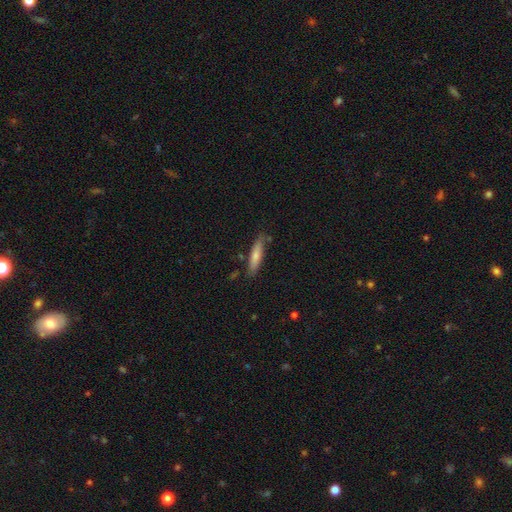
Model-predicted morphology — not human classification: Smooth or featured?
  - smooth: 72% *
  - featured or disk: 22%
  - star or artifact: 6%
How rounded?
  - cigar-shaped: 79% *
  - in between: 19%
  - round: 2%
Merging?
  - none: 76% *
  - minor disturbance: 16%
  - merger: 4%
  - major disturbance: 3%